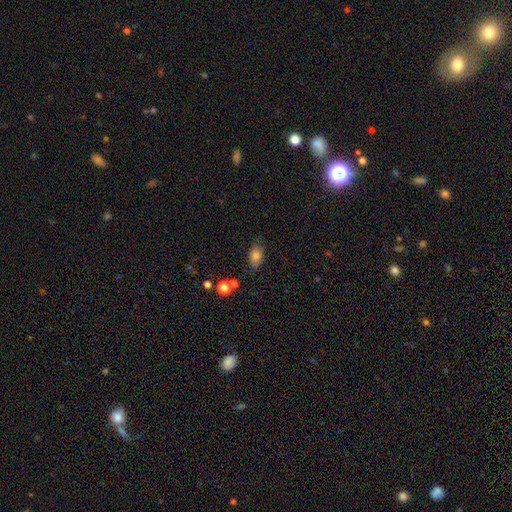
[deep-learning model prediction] A smooth galaxy with no disk features (80%) that is in between round and cigar-shaped (83%). Merging: none (74%).